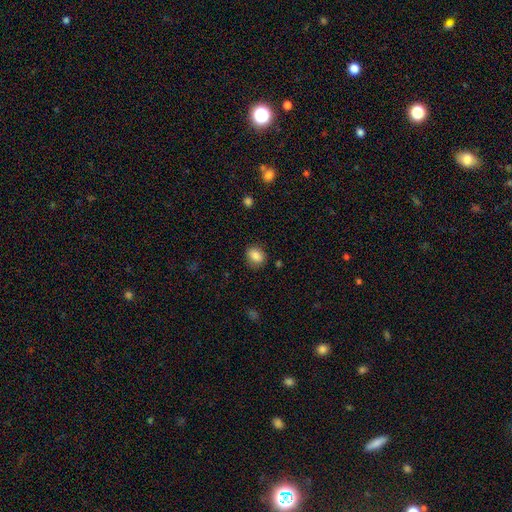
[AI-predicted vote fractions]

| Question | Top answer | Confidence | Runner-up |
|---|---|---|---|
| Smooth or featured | smooth | 86% | star or artifact (9%) |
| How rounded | in between | 52% | round (47%) |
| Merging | none | 82% | minor disturbance (13%) |